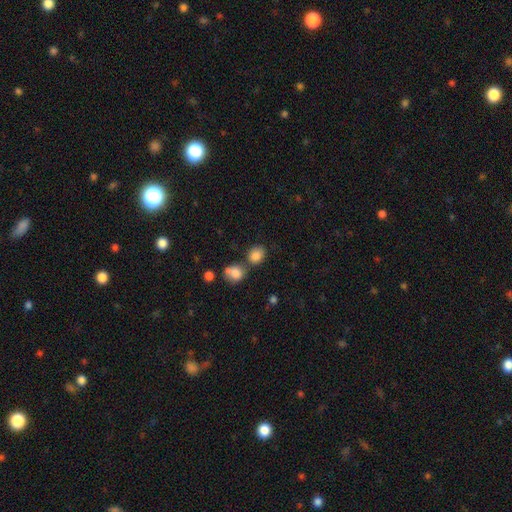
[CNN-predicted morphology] Smooth or featured: smooth — 84% (star or artifact — 10%)
How rounded: round — 59% (in between — 40%)
Merging: none — 56% (merger — 26%)